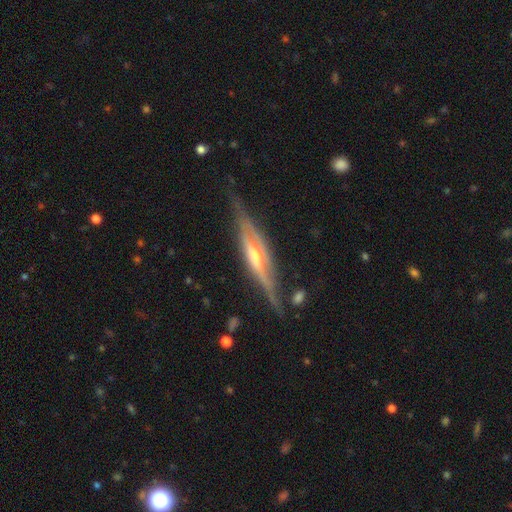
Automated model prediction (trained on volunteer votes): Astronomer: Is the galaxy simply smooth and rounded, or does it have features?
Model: featured or disk — 84%.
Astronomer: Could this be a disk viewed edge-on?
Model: yes — 94%.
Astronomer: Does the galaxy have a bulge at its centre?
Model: rounded — 77%.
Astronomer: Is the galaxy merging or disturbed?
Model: none — 75%.